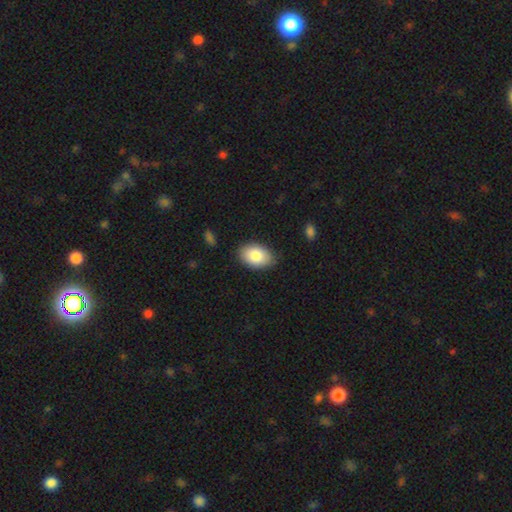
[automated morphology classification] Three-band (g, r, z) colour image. It shows a smooth galaxy with no disk features (85%) that is in between round and cigar-shaped (91%). Merging: none (83%).